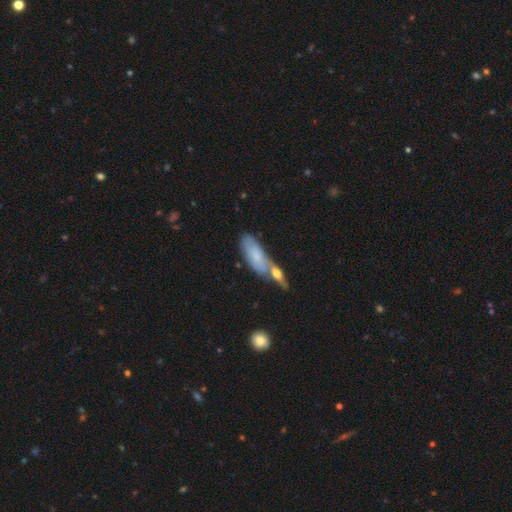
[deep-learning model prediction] Smooth or featured?
  - smooth: 64% *
  - featured or disk: 30%
  - star or artifact: 6%
How rounded?
  - in between: 70% *
  - cigar-shaped: 28%
  - round: 2%
Merging?
  - merger: 41% *
  - none: 39%
  - minor disturbance: 15%
  - major disturbance: 5%